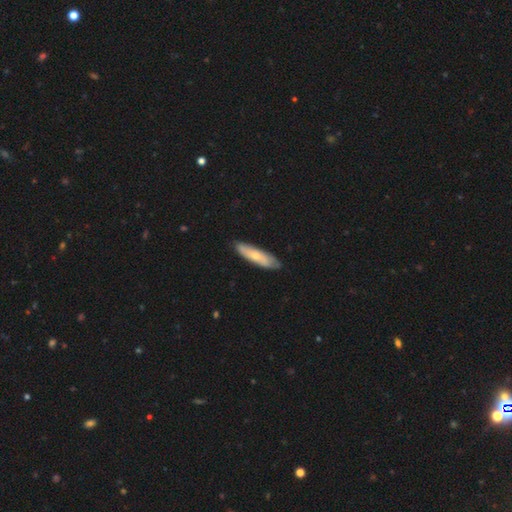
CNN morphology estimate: A smooth galaxy with no disk features (64%) that is cigar-shaped (70%).

Vote fractions:
- Smooth or featured? smooth: 64% / featured or disk: 31% / star or artifact: 5%
- How rounded? cigar-shaped: 70% / in between: 28% / round: 2%
- Merging? none: 83% / minor disturbance: 13% / major disturbance: 2% / merger: 1%